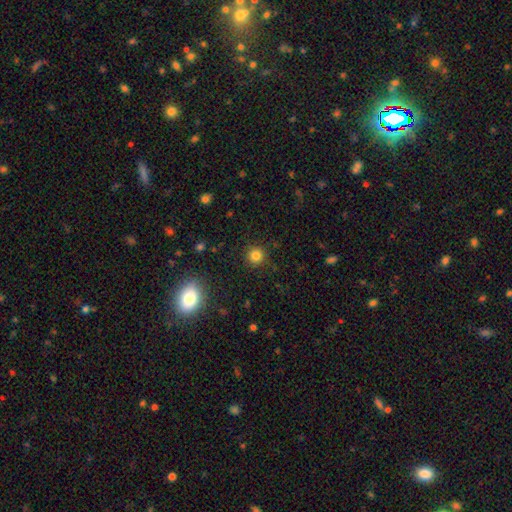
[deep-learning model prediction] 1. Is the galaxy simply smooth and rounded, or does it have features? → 81% smooth, 14% star or artifact, 5% featured or disk.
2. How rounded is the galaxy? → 94% round, 5% in between, 1% cigar-shaped.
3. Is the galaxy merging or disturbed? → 90% none, 6% minor disturbance, 2% major disturbance, 1% merger.